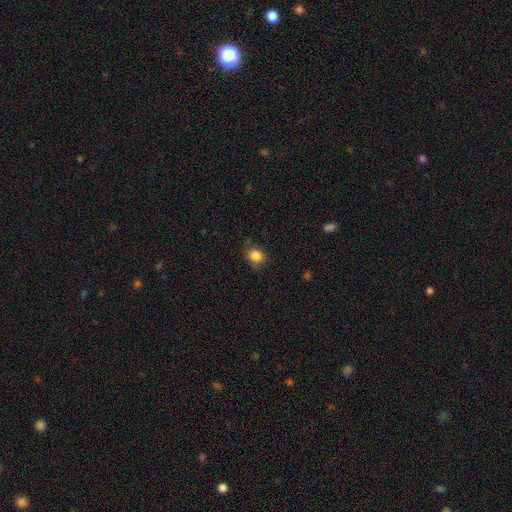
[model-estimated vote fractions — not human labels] A smooth galaxy with no disk features (84%) that is round (58%). Merging: none (75%).